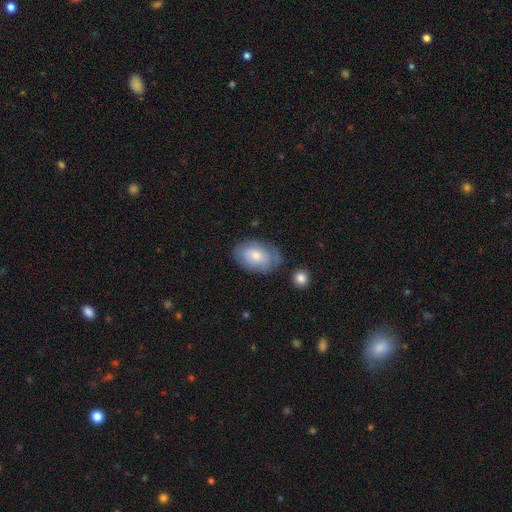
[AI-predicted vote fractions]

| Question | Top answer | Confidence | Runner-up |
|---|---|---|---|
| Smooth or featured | smooth | 74% | featured or disk (19%) |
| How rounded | in between | 88% | round (10%) |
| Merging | none | 70% | minor disturbance (20%) |